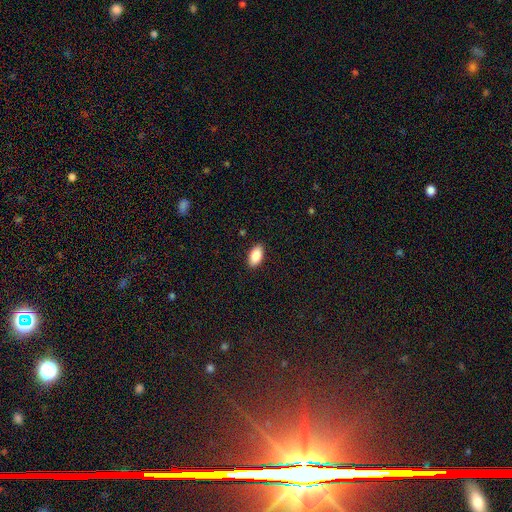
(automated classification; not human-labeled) Q: Smooth or featured?
A: smooth (86%); runner-up: featured or disk (7%)
Q: How rounded?
A: in between (93%); runner-up: cigar-shaped (4%)
Q: Merging?
A: none (89%); runner-up: minor disturbance (8%)